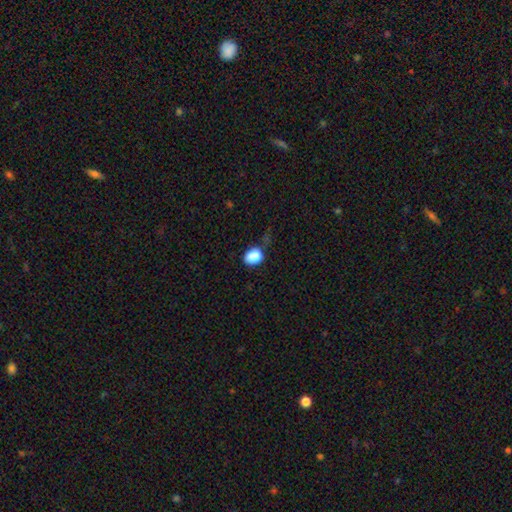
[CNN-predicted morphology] smooth-or-featured: smooth: 86% | star or artifact: 9% | featured or disk: 5%
  how-rounded: in between: 68% | round: 31% | cigar-shaped: 1%
  merging: none: 57% | minor disturbance: 30% | major disturbance: 8% | merger: 5%